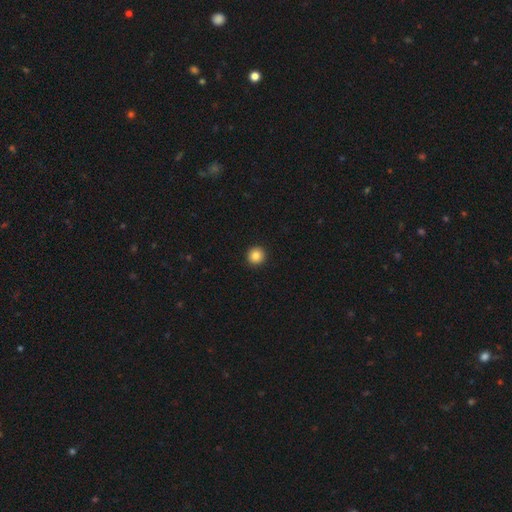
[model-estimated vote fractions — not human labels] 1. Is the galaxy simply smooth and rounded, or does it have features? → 84% smooth, 10% star or artifact, 6% featured or disk.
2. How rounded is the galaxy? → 95% round, 4% in between, 1% cigar-shaped.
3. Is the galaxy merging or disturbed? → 94% none, 4% minor disturbance, 1% major disturbance, 1% merger.